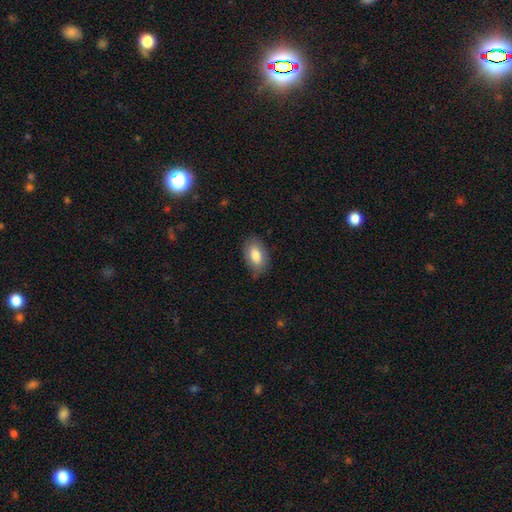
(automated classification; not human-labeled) The model was most divided on "merging": none: 78%, minor disturbance: 18%, major disturbance: 3%, merger: 1%. More confident: how rounded — in between (92%); smooth or featured — smooth (80%).